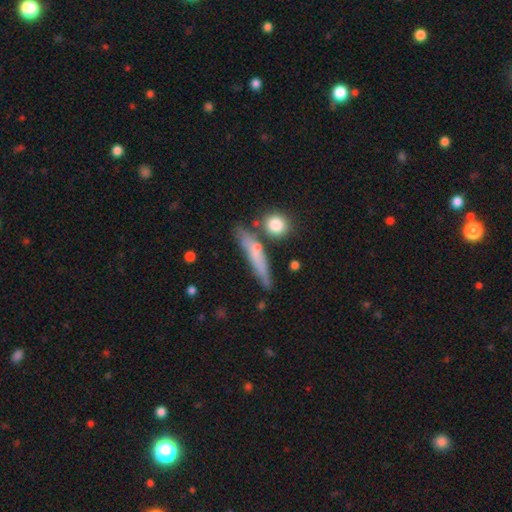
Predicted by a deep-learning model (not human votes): Smooth or featured? Predicted: smooth (p=0.59). How rounded? Predicted: cigar-shaped (p=0.84). Merging? Predicted: none (p=0.71).